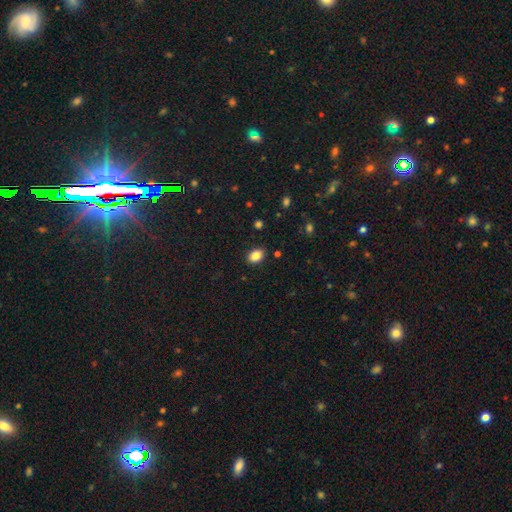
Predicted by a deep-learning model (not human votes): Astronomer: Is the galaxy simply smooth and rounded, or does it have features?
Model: smooth — 86%.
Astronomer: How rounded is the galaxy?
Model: in between — 78%.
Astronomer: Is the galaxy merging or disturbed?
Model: none — 88%.